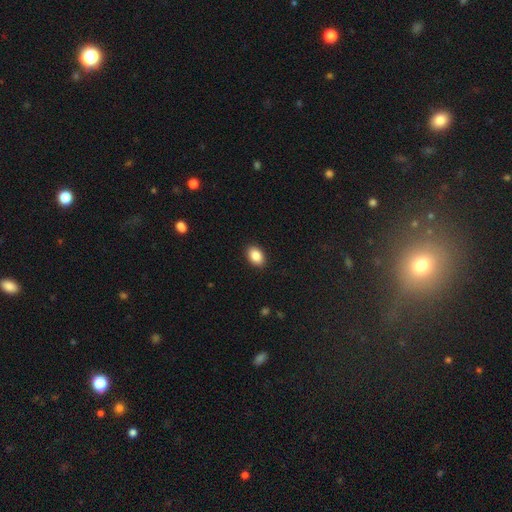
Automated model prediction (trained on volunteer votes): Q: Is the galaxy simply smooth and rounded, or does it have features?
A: smooth — 88%.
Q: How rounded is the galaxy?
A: in between — 84%.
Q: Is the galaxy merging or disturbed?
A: none — 90%.